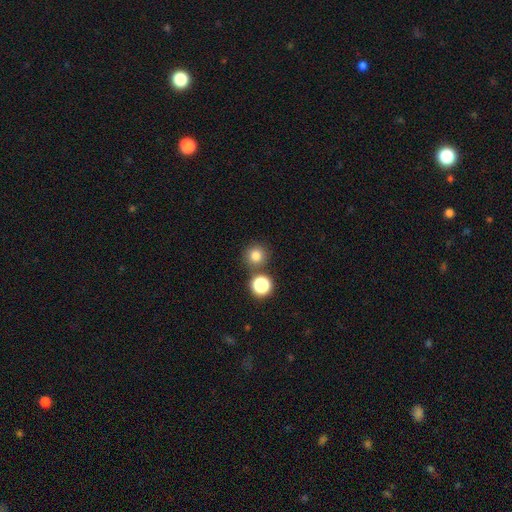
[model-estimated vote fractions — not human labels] smooth-or-featured: smooth: 78% | star or artifact: 16% | featured or disk: 6%
  how-rounded: round: 94% | in between: 5% | cigar-shaped: 1%
  merging: none: 80% | merger: 10% | minor disturbance: 7% | major disturbance: 3%